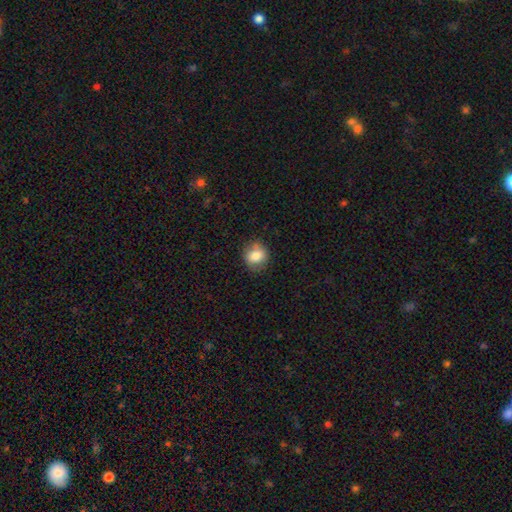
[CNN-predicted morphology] smooth-or-featured: smooth: 81% | featured or disk: 10% | star or artifact: 9%
  how-rounded: round: 69% | in between: 29% | cigar-shaped: 1%
  merging: none: 77% | minor disturbance: 17% | major disturbance: 4% | merger: 2%